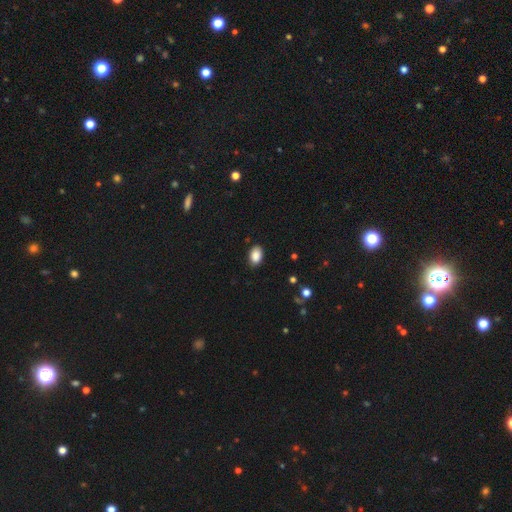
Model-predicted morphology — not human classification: Overall: smooth (88%). How rounded: in between (87%). Merging: none (87%).